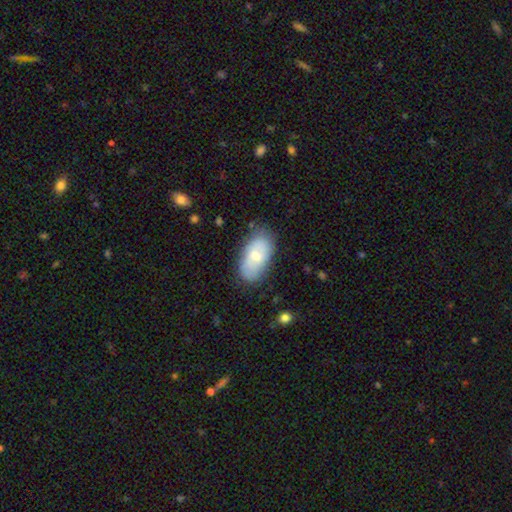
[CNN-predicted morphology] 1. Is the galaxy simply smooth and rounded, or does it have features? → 64% smooth, 30% featured or disk, 6% star or artifact.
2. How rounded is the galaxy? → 93% in between, 4% round, 3% cigar-shaped.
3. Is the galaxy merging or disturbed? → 72% none, 20% minor disturbance, 5% major disturbance, 3% merger.